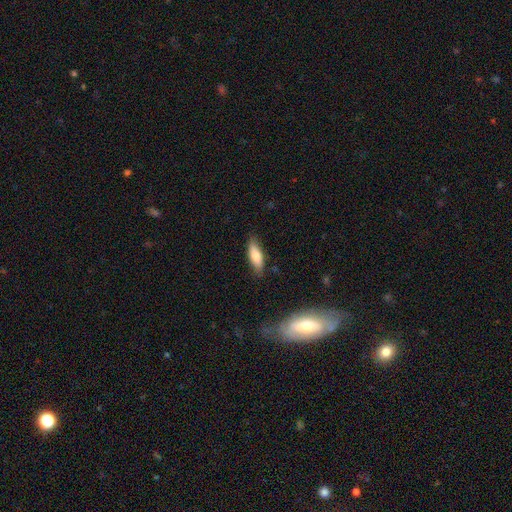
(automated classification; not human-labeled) This is likely a smooth galaxy (78%). How rounded: likely in between (64%). Merging: clearly none (80%).